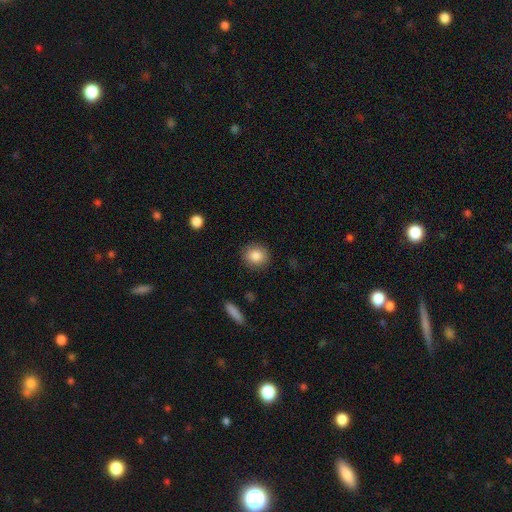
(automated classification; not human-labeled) Smooth or featured? smooth (86%)
How rounded? round (82%)
Merging? none (89%)